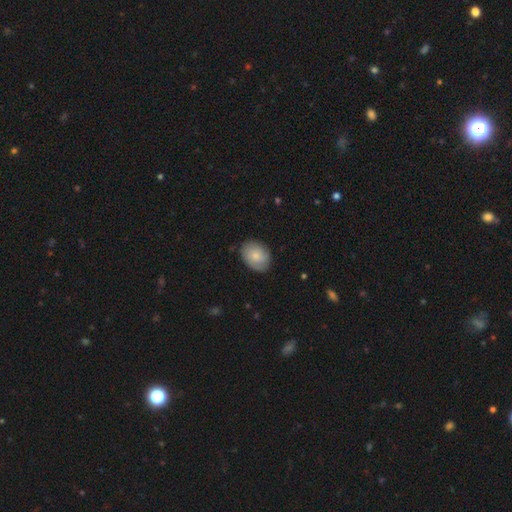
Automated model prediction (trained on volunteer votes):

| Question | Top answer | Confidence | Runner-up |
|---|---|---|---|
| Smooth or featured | smooth | 75% | featured or disk (19%) |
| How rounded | in between | 68% | round (31%) |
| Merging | none | 81% | minor disturbance (15%) |